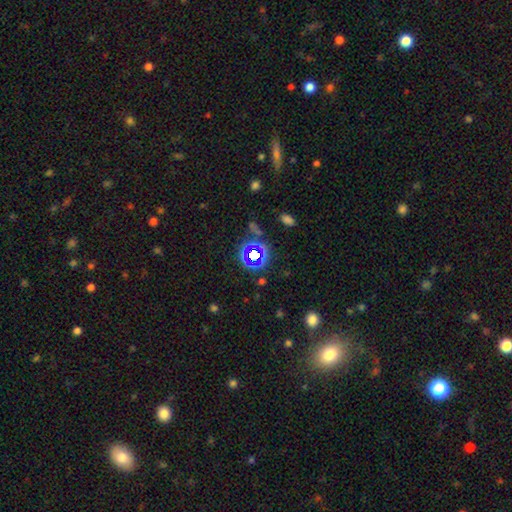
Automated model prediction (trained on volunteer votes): Smooth or featured?
  - star or artifact: 63% *
  - smooth: 26%
  - featured or disk: 11%